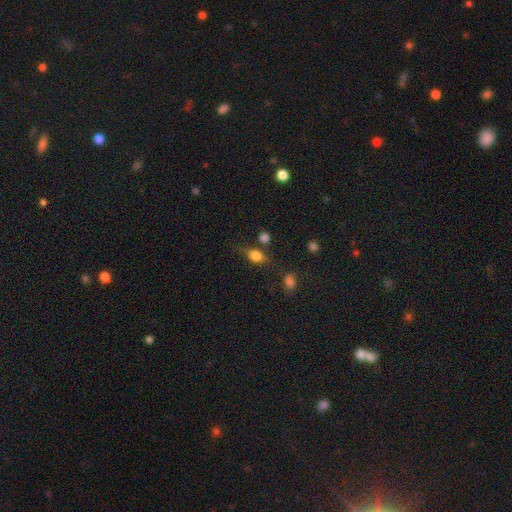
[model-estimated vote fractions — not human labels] A smooth galaxy with no disk features (70%) that is in between round and cigar-shaped (61%). Merging: none (63%).